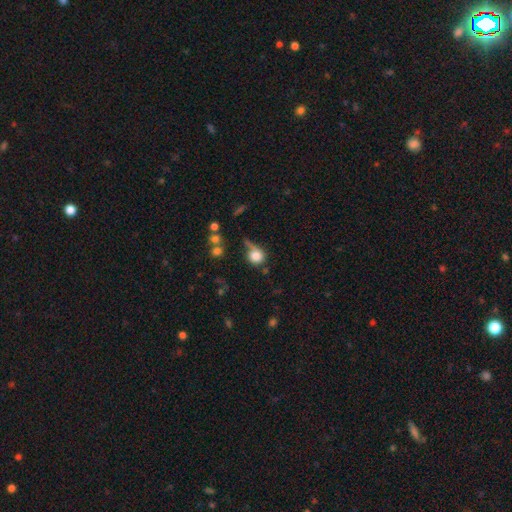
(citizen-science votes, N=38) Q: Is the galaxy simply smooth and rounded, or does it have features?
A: smooth — 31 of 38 (82%).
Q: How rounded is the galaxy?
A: round — 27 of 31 (87%).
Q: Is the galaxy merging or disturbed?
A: none — 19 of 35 (54%).